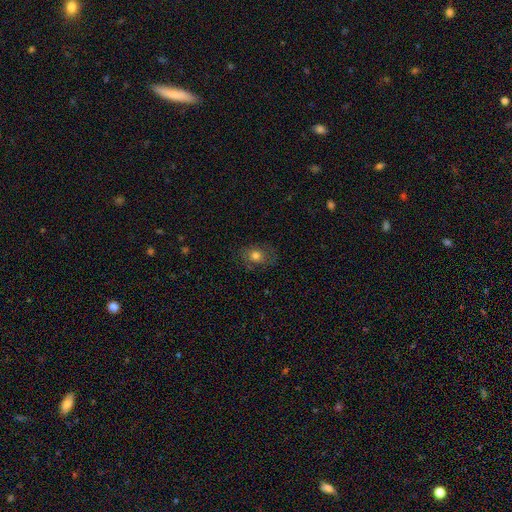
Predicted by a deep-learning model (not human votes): smooth_or_featured: smooth (p=0.71) [alt: featured or disk p=0.17]
how_rounded: in between (p=0.56) [alt: round p=0.43]
merging: none (p=0.74) [alt: minor disturbance p=0.18]